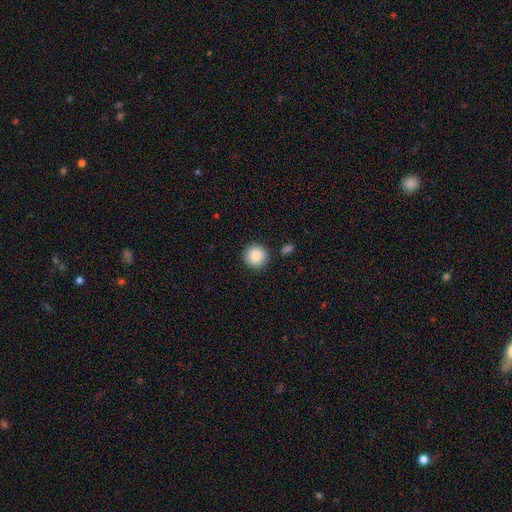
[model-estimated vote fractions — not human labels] Smooth or featured: smooth — 88% (star or artifact — 8%)
How rounded: round — 95% (in between — 4%)
Merging: none — 89% (minor disturbance — 6%)